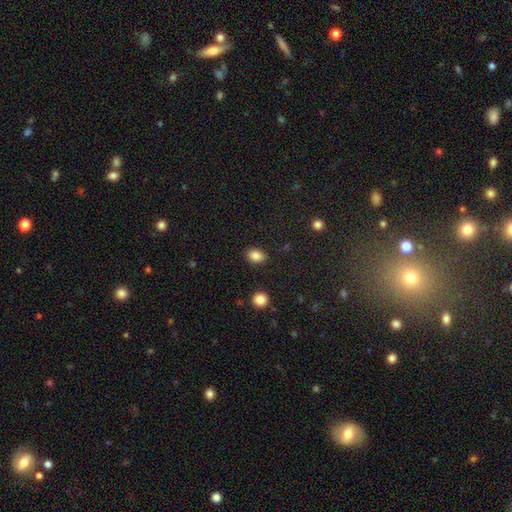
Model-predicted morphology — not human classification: Overall: smooth (86%). How rounded: in between (72%). Merging: none (86%).